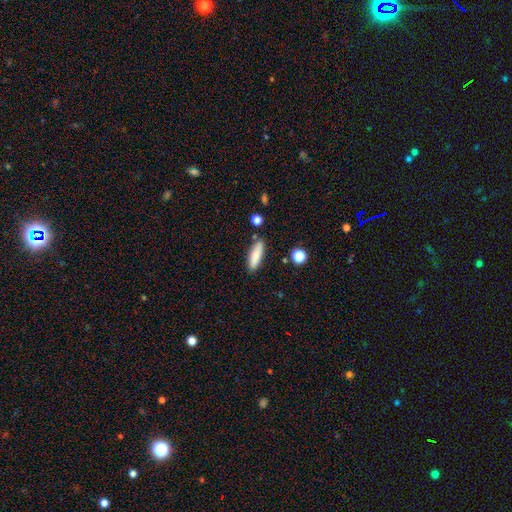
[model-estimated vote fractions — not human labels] The model was most divided on "how rounded": cigar-shaped: 59%, in between: 39%, round: 2%. More confident: merging — none (84%); smooth or featured — smooth (83%).